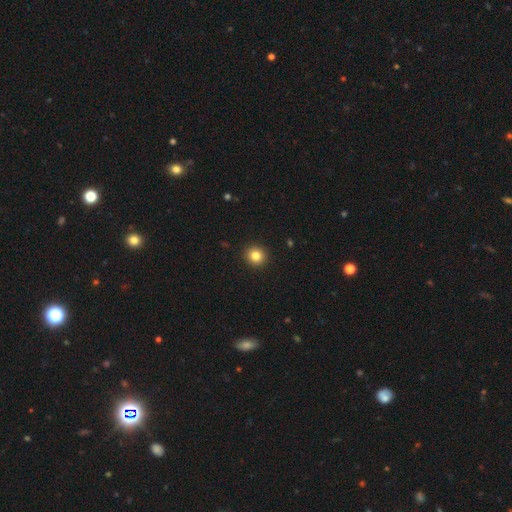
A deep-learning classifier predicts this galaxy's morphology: smooth-or-featured: smooth: 83% | star or artifact: 11% | featured or disk: 6%
  how-rounded: round: 93% | in between: 7% | cigar-shaped: 1%
  merging: none: 93% | minor disturbance: 5% | major disturbance: 2% | merger: 1%